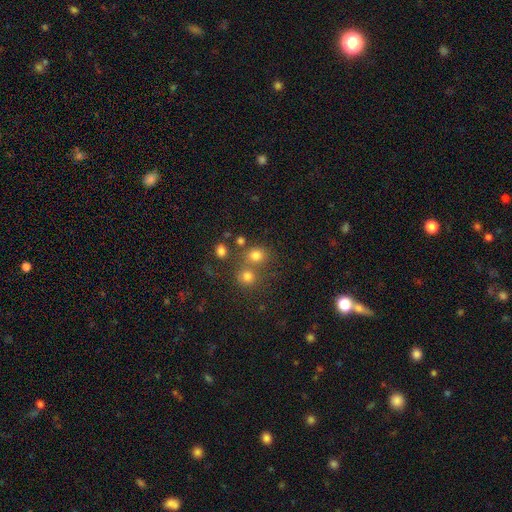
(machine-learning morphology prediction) Smooth or featured: smooth — 75% (star or artifact — 16%)
How rounded: round — 76% (in between — 23%)
Merging: none — 54% (merger — 33%)